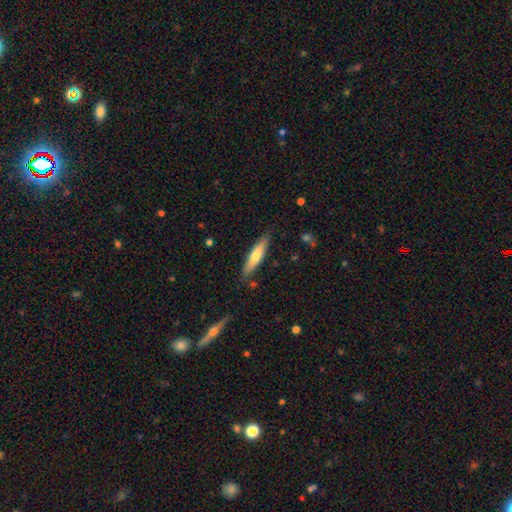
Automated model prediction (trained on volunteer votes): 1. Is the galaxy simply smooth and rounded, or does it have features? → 59% smooth, 36% featured or disk, 6% star or artifact.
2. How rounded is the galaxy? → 80% cigar-shaped, 18% in between, 1% round.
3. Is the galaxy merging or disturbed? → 84% none, 12% minor disturbance, 2% major disturbance, 2% merger.